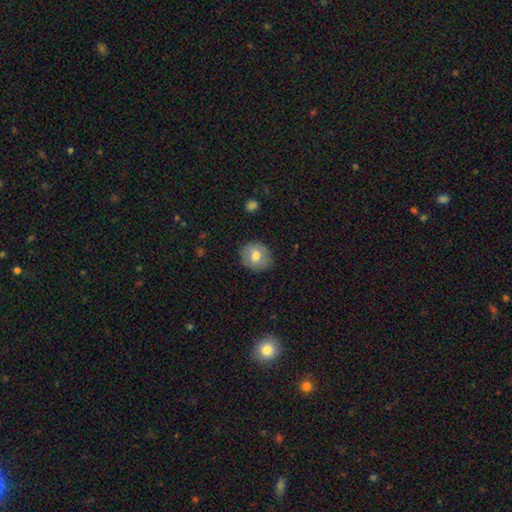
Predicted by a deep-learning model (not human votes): A smooth galaxy with no disk features (70%) that is round (73%). Merging: none (82%).